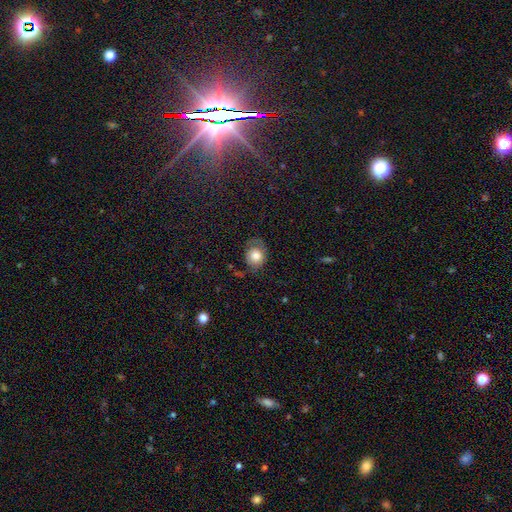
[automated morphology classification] The model was most divided on "how rounded": round: 53%, in between: 46%, cigar-shaped: 1%. More confident: smooth or featured — smooth (68%); merging — none (57%).